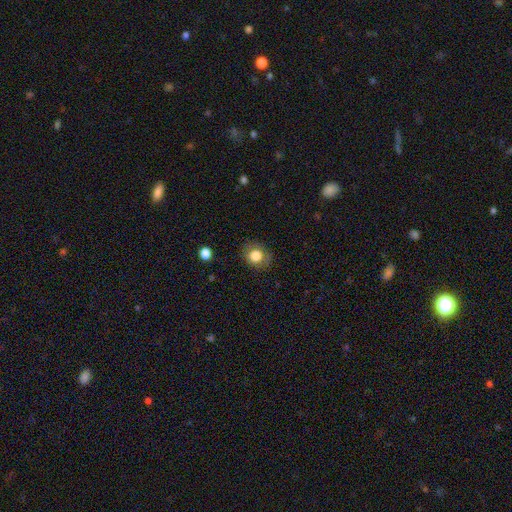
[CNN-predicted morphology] A smooth galaxy with no disk features (80%) that is round (78%). Merging: none (80%).